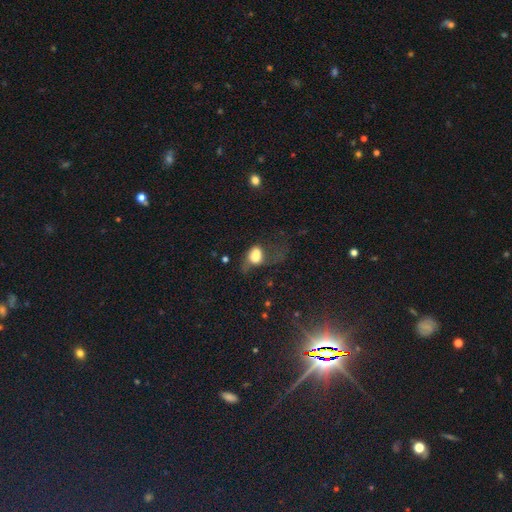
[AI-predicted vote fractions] smooth 64%, featured or disk 24%, star or artifact 12%. Down the decision tree: how rounded — in between (69%); merging — major disturbance (48%).